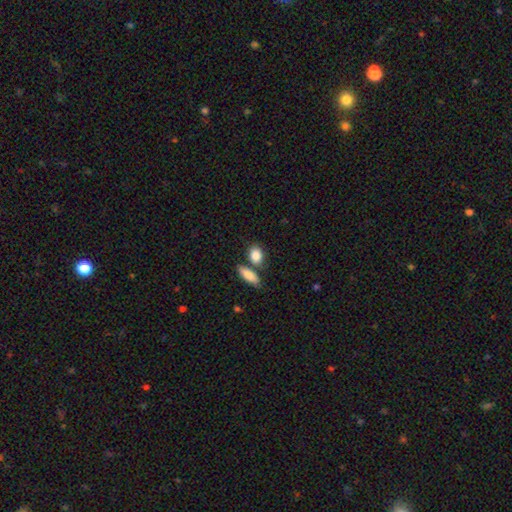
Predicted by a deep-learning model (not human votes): Smooth or featured: smooth — 87% (star or artifact — 7%)
How rounded: in between — 68% (round — 26%)
Merging: none — 61% (merger — 23%)